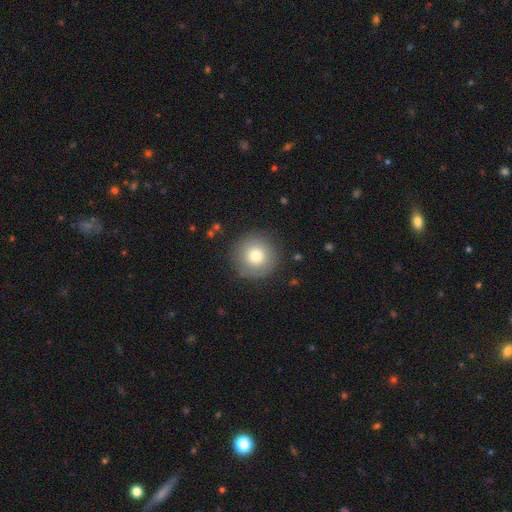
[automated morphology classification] The model was most divided on "smooth or featured": smooth: 76%, featured or disk: 15%, star or artifact: 10%. More confident: how rounded — round (96%); merging — none (87%).